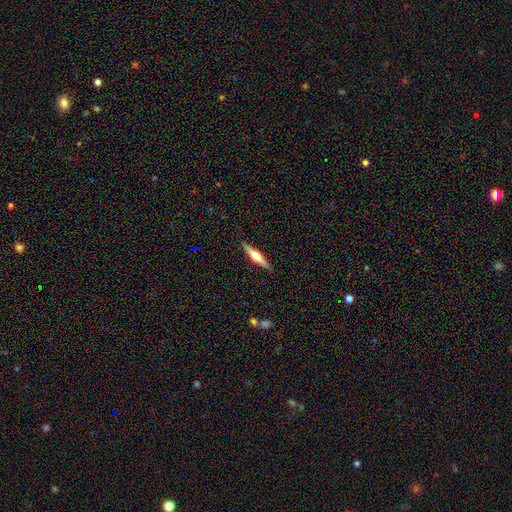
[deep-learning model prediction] A featured or disk galaxy (62%) viewed edge-on (97%) with a rounded central bulge (89%).

Vote fractions:
- Smooth or featured? featured or disk: 62% / smooth: 32% / star or artifact: 6%
- Edge-on disk? yes: 97% / no: 3%
- Edge-on bulge? rounded: 89% / boxy: 7% / none: 4%
- Merging? none: 90% / minor disturbance: 8% / major disturbance: 2% / merger: 1%